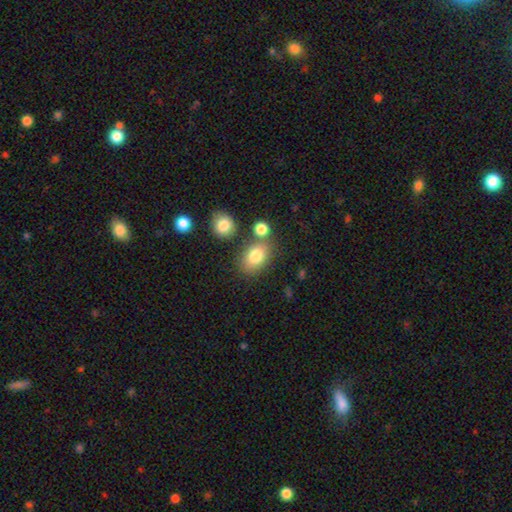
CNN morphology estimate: Smooth or featured?
  - smooth: 80% *
  - featured or disk: 10%
  - star or artifact: 9%
How rounded?
  - in between: 77% *
  - round: 22%
  - cigar-shaped: 2%
Merging?
  - none: 65% *
  - merger: 18%
  - minor disturbance: 13%
  - major disturbance: 4%